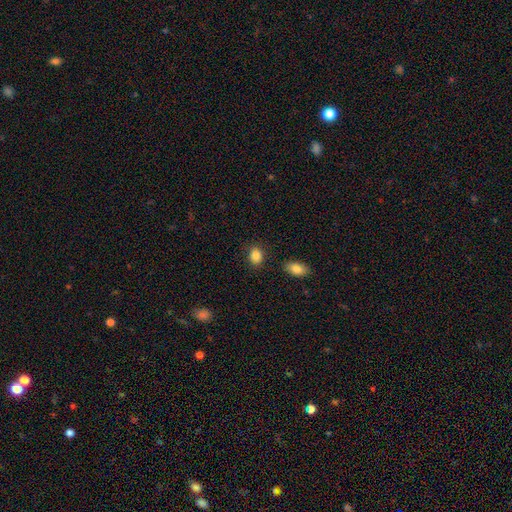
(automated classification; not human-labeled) Smooth or featured? smooth (87%)
How rounded? in between (55%)
Merging? none (82%)